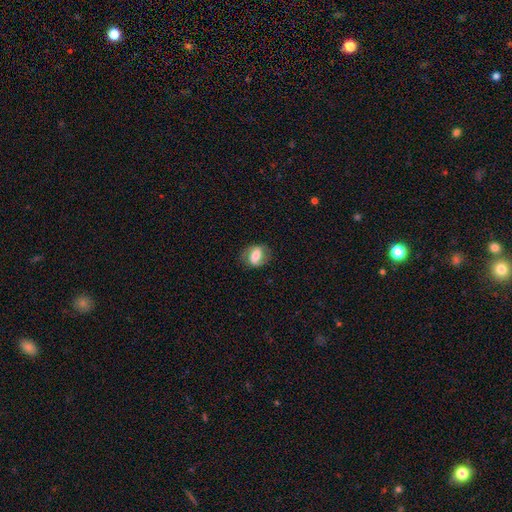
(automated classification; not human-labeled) smooth_or_featured: smooth (p=0.46) [tied with: featured or disk p=0.46]
merging: none (p=0.76) [alt: minor disturbance p=0.16]